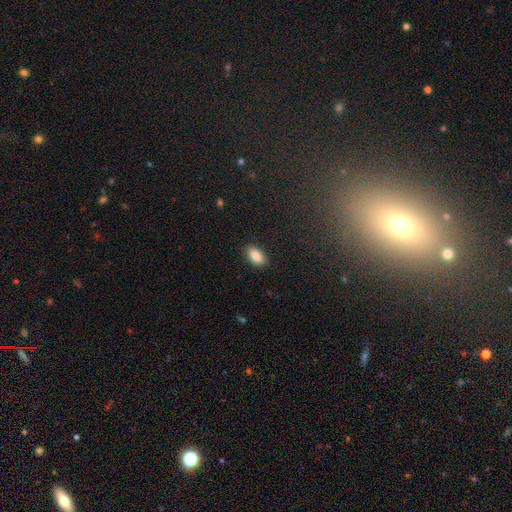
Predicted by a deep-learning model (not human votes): Q: Smooth or featured?
A: smooth (88%); runner-up: star or artifact (7%)
Q: How rounded?
A: in between (93%); runner-up: round (4%)
Q: Merging?
A: none (89%); runner-up: minor disturbance (8%)